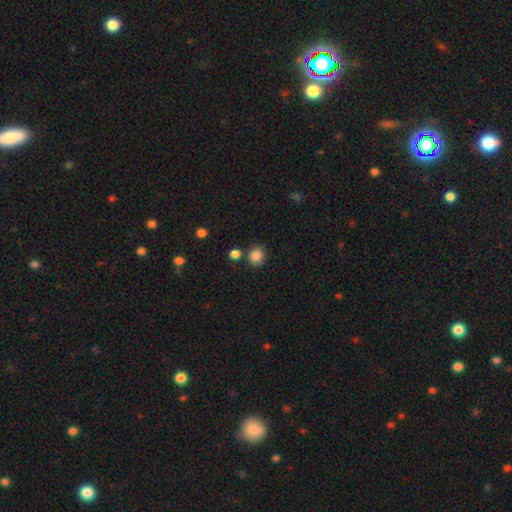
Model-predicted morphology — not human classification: This appears to be a smooth galaxy with no disk features (86%) that is round (70%). Merging: none (75%).